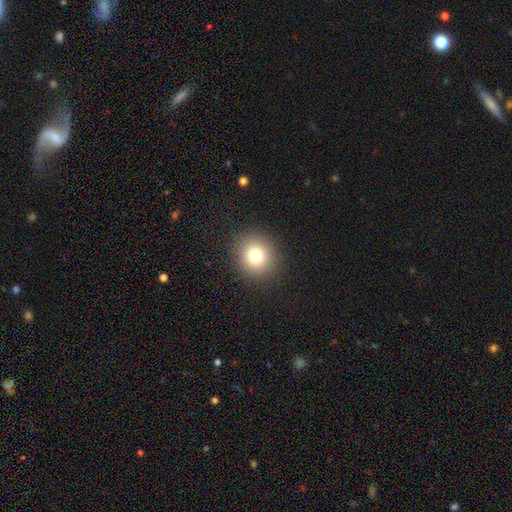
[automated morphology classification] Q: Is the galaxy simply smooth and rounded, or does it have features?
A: smooth — 79%.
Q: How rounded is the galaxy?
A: round — 83%.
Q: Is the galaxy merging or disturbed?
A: none — 90%.